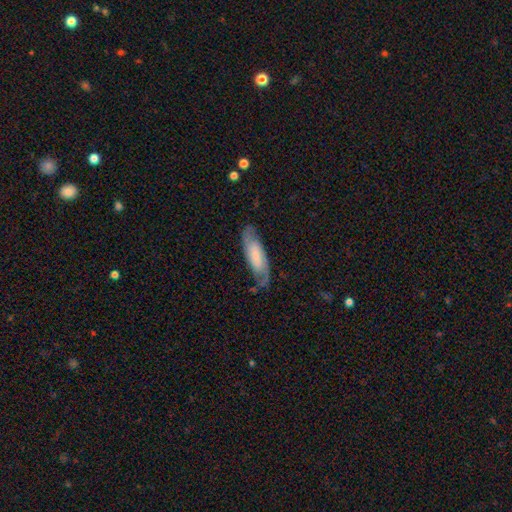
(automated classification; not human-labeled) Morphology: type=featured or disk (62%); edge-on=no (85%); bar=no (49%); spiral arms=yes (91%); bulge=small (47%); merging=none (74%).